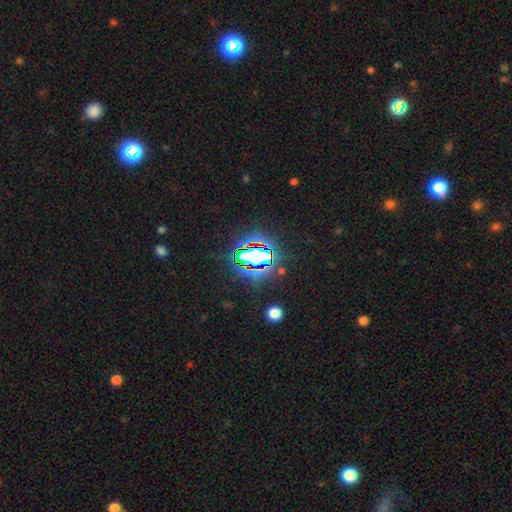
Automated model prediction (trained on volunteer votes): Overall: star or artifact (71%).